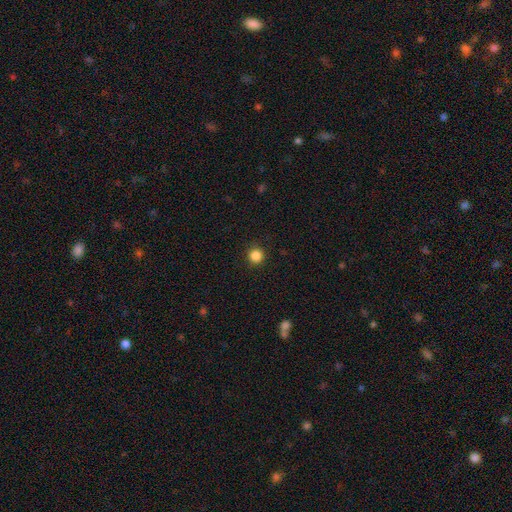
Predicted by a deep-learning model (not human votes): Overall: smooth (86%). How rounded: round (95%). Merging: none (92%).